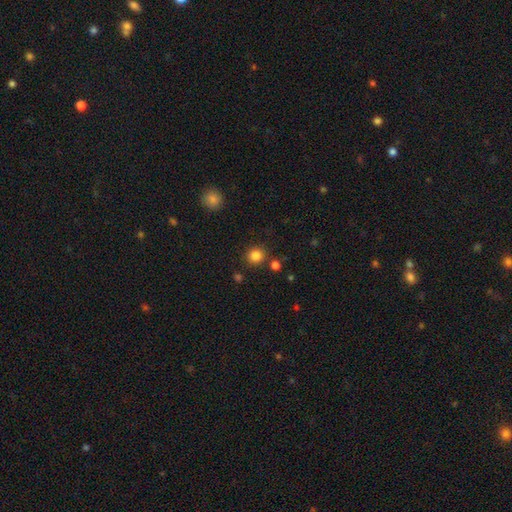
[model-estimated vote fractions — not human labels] This appears to be a smooth galaxy with no disk features (83%) that is round (92%). Merging: none (86%).